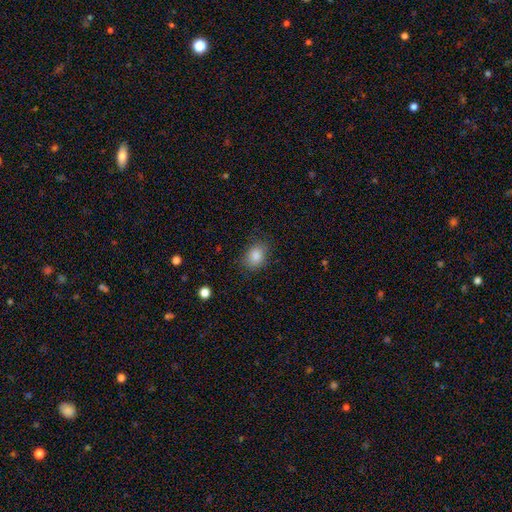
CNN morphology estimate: type=smooth (85%); roundness=in between (59%); merging=none (81%).